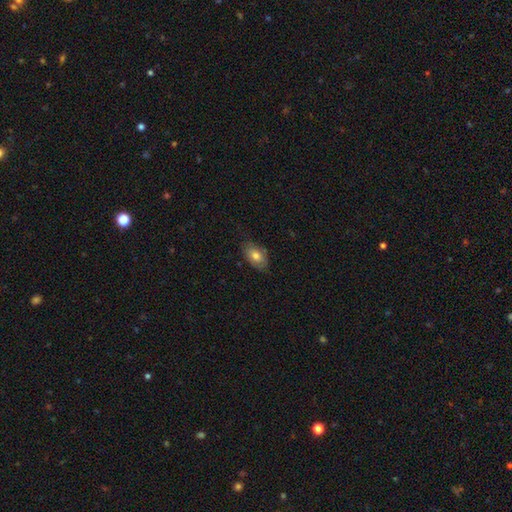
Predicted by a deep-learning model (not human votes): This appears to be a smooth galaxy with no disk features (78%) that is in between round and cigar-shaped (92%). Merging: none (77%).